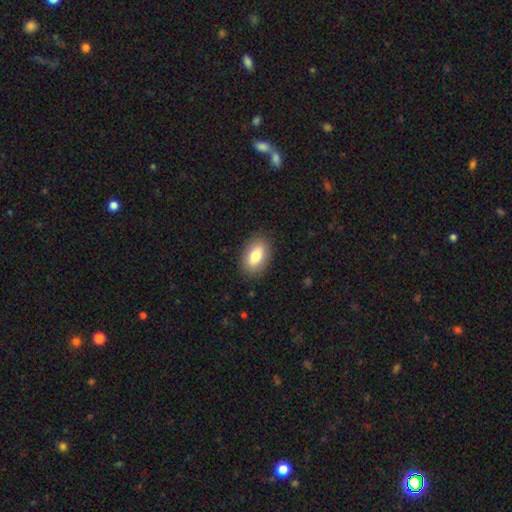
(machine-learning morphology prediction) Q: Smooth or featured?
A: smooth (79%); runner-up: featured or disk (14%)
Q: How rounded?
A: in between (89%); runner-up: round (10%)
Q: Merging?
A: none (87%); runner-up: minor disturbance (9%)